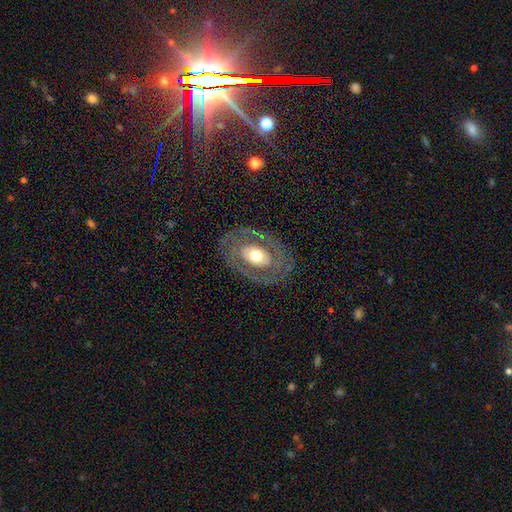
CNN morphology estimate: Smooth or featured? Predicted: featured or disk (p=0.67). Edge-on disk? Predicted: no (p=0.93). Bar? Predicted: no (p=0.76). Spiral arms? Predicted: no (p=0.61). Bulge size? Predicted: moderate (p=0.60). Merging? Predicted: none (p=0.79).